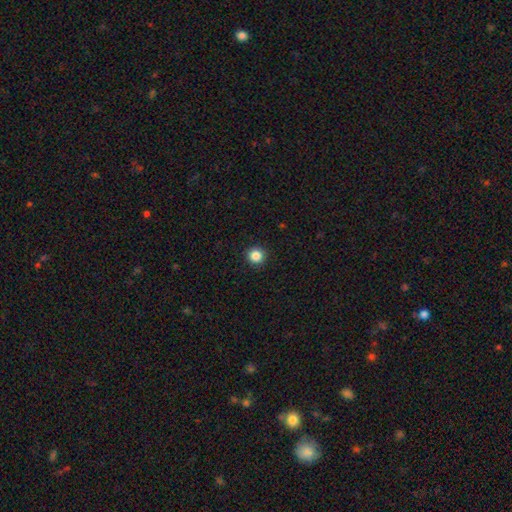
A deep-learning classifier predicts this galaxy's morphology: The model was most divided on "smooth or featured": smooth: 86%, star or artifact: 11%, featured or disk: 3%. More confident: how rounded — round (94%); merging — none (93%).